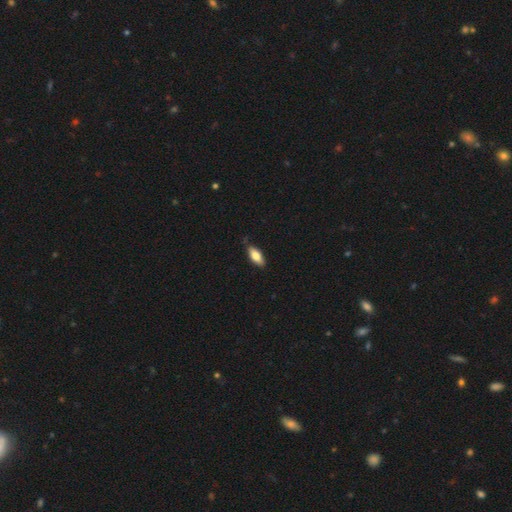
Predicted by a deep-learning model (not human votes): Smooth or featured: smooth — 75% (featured or disk — 19%)
How rounded: in between — 78% (cigar-shaped — 19%)
Merging: none — 79% (minor disturbance — 17%)